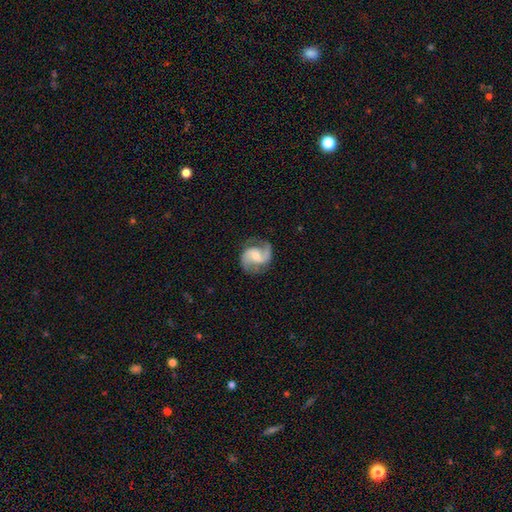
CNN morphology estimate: Smooth or featured?
  - featured or disk: 87% *
  - smooth: 8%
  - star or artifact: 5%
Edge-on disk?
  - no: 98% *
  - yes: 2%
Bar?
  - weak: 46% *
  - no: 39%
  - strong: 15%
Spiral arms?
  - yes: 97% *
  - no: 3%
Spiral winding?
  - medium: 56% *
  - loose: 26%
  - tight: 18%
Spiral arm count?
  - 2: 92% *
  - can't tell: 2%
  - 1: 2%
  - 3: 1%
  - 4: 1%
  - more than 4: 1%
Bulge size?
  - moderate: 51% *
  - small: 39%
  - large: 4%
  - none: 4%
  - dominant: 1%
Merging?
  - none: 80% *
  - minor disturbance: 14%
  - major disturbance: 5%
  - merger: 1%